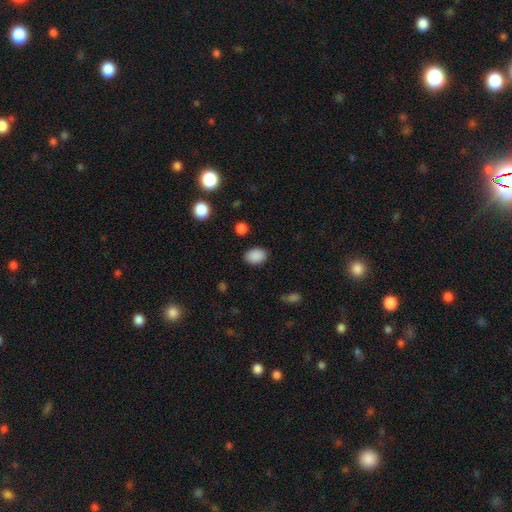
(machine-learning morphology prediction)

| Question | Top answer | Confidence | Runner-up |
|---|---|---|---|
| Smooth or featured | smooth | 88% | star or artifact (8%) |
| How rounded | in between | 76% | round (23%) |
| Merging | none | 86% | minor disturbance (10%) |